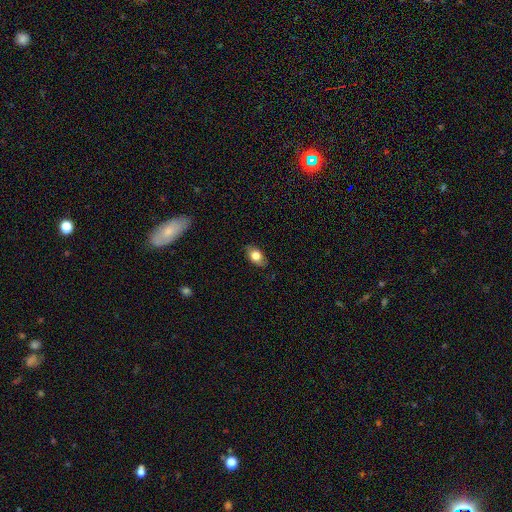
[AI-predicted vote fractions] Smooth or featured: smooth — 77% (featured or disk — 15%)
How rounded: in between — 86% (round — 12%)
Merging: none — 83% (minor disturbance — 13%)